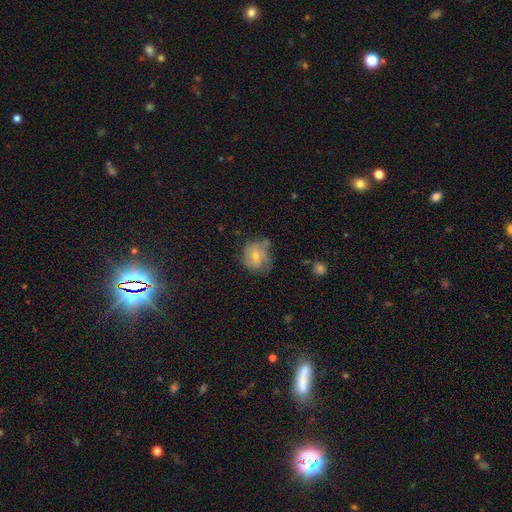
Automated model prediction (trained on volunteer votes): Smooth or featured?
  - featured or disk: 43% *
  - smooth: 40%
  - star or artifact: 16%
Merging?
  - none: 63% *
  - minor disturbance: 25%
  - major disturbance: 9%
  - merger: 3%